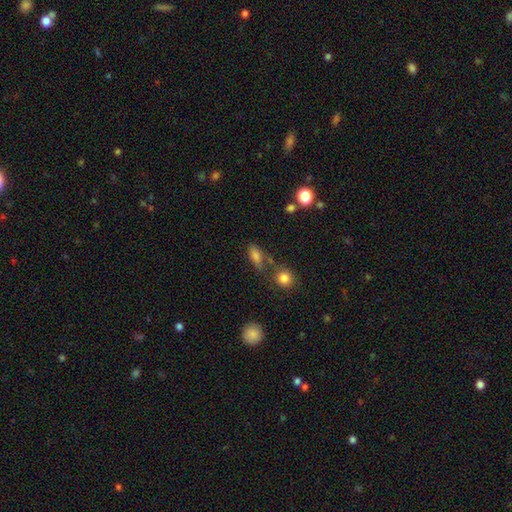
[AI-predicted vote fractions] A smooth galaxy with no disk features (73%) that is in between round and cigar-shaped (68%). Merging: none (60%).